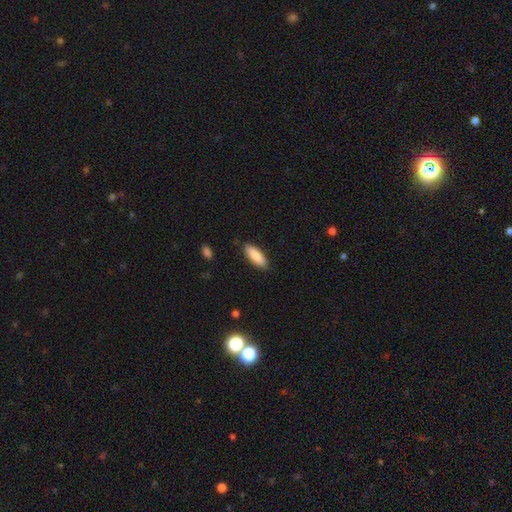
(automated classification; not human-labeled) smooth-or-featured: smooth: 88% | featured or disk: 7% | star or artifact: 5%
  how-rounded: in between: 60% | cigar-shaped: 38% | round: 1%
  merging: none: 88% | minor disturbance: 9% | major disturbance: 2% | merger: 1%